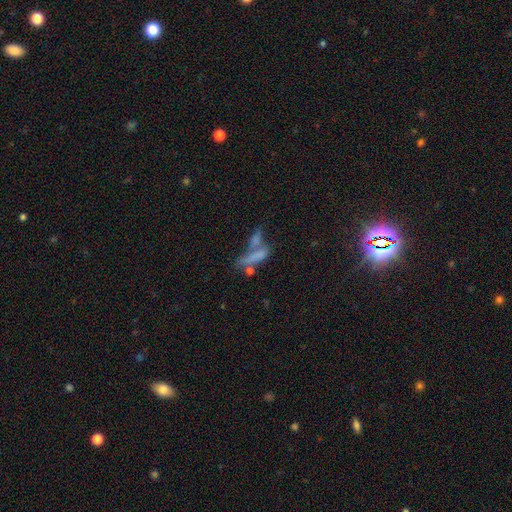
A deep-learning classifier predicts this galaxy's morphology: The model was most divided on "how rounded": cigar-shaped: 59%, in between: 37%, round: 4%. Remaining: smooth or featured — smooth (63%); merging — merger (50%).